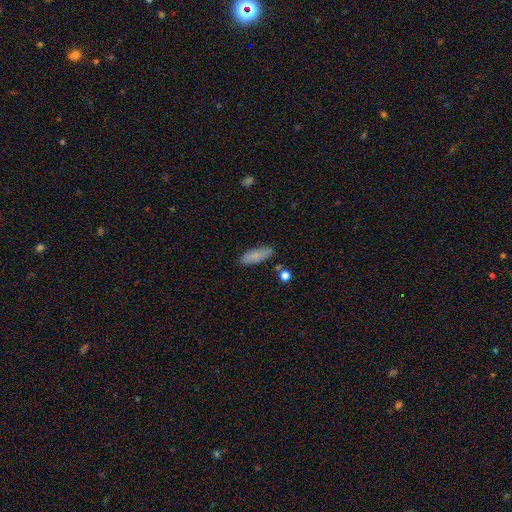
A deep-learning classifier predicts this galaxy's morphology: Smooth or featured? smooth (79%)
How rounded? in between (63%)
Merging? none (80%)